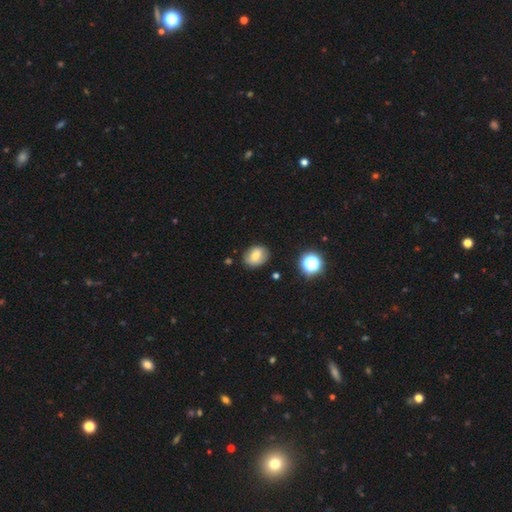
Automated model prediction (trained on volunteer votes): smooth_or_featured: smooth (p=0.72) [alt: featured or disk p=0.17]
how_rounded: in between (p=0.64) [alt: round p=0.35]
merging: none (p=0.77) [alt: minor disturbance p=0.17]